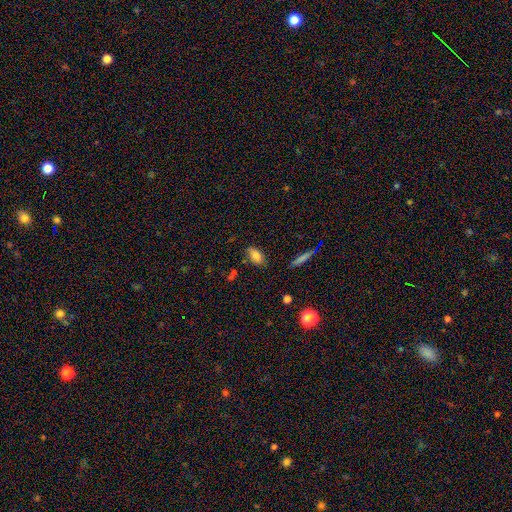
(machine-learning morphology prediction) A smooth galaxy with no disk features (78%) that is in between round and cigar-shaped (87%).

Vote fractions:
- Smooth or featured? smooth: 78% / featured or disk: 12% / star or artifact: 9%
- How rounded? in between: 87% / cigar-shaped: 7% / round: 5%
- Merging? none: 77% / minor disturbance: 16% / major disturbance: 3% / merger: 3%